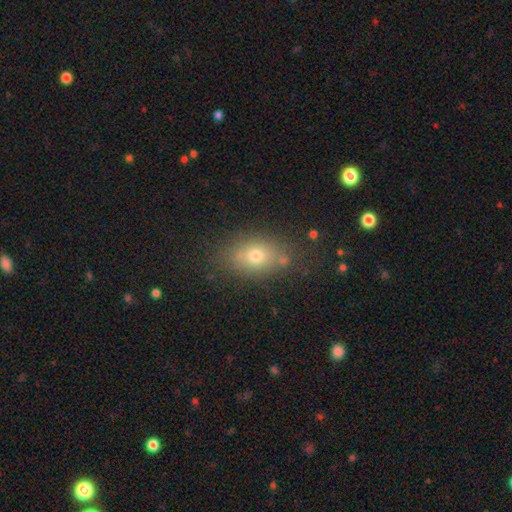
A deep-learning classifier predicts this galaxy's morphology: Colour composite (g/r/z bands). It shows a smooth galaxy with no disk features (71%) that is in between round and cigar-shaped (74%). Merging: none (77%).